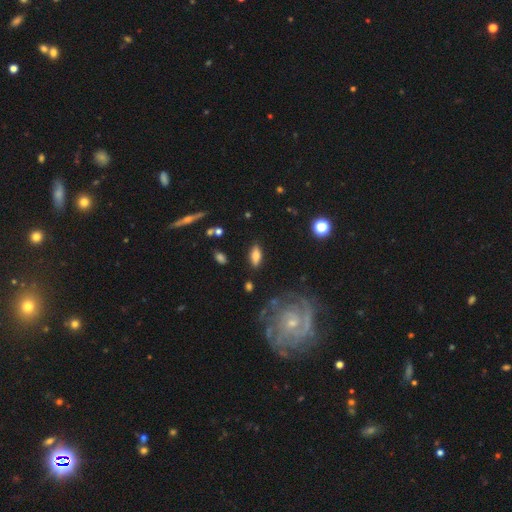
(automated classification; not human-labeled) Smooth or featured? Predicted: smooth (p=0.72). How rounded? Predicted: in between (p=0.78). Merging? Predicted: none (p=0.85).